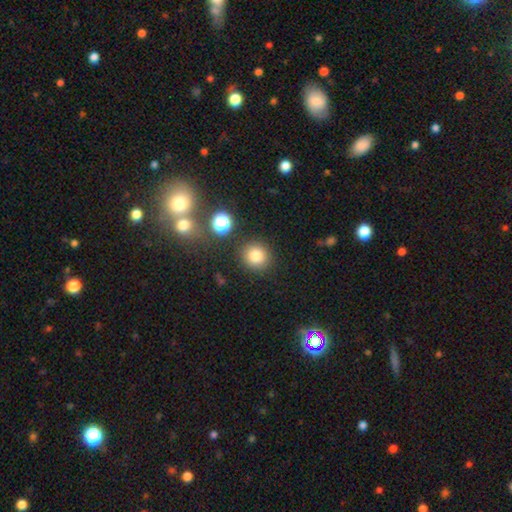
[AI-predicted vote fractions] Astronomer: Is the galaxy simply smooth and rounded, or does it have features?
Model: smooth — 80%.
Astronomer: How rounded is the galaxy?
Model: round — 91%.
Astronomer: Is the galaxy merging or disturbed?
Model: none — 86%.